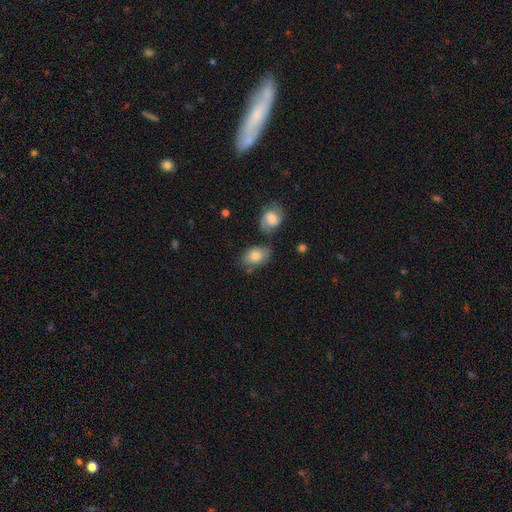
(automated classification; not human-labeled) Smooth or featured?
  - smooth: 77% *
  - featured or disk: 16%
  - star or artifact: 7%
How rounded?
  - in between: 84% *
  - round: 15%
  - cigar-shaped: 1%
Merging?
  - none: 60% *
  - minor disturbance: 21%
  - merger: 13%
  - major disturbance: 6%